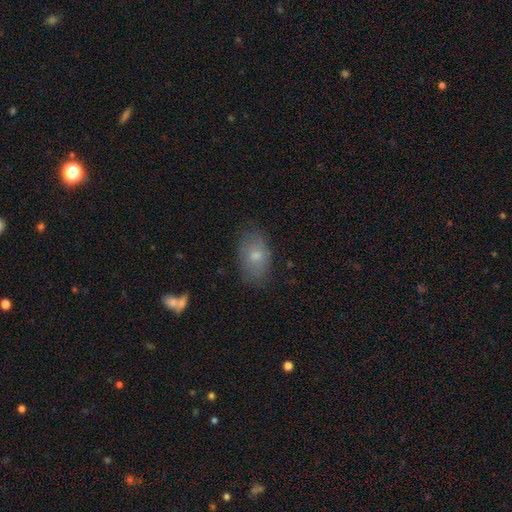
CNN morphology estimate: smooth_or_featured: smooth (p=0.73) [alt: featured or disk p=0.19]
how_rounded: in between (p=0.89) [alt: round p=0.10]
merging: none (p=0.77) [alt: minor disturbance p=0.17]